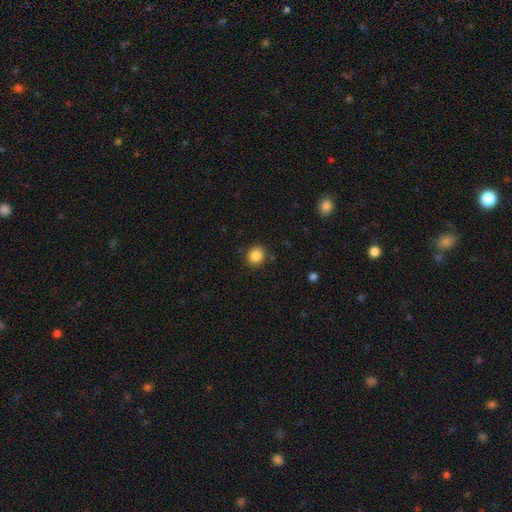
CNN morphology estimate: This is clearly a smooth galaxy (86%). How rounded: clearly round (82%). Merging: clearly none (89%).